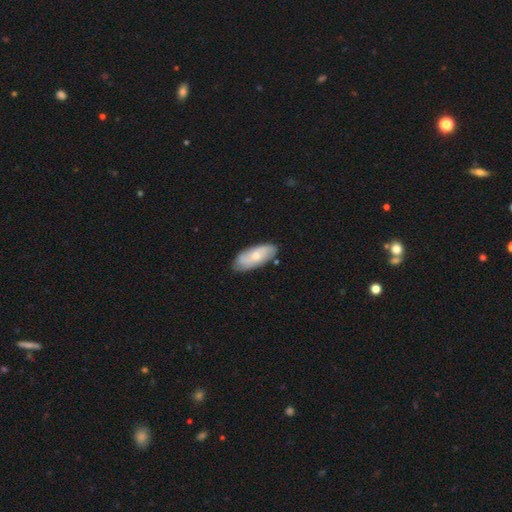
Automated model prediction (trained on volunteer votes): Morphology: type=smooth (51%); roundness=in between (82%); merging=none (80%).